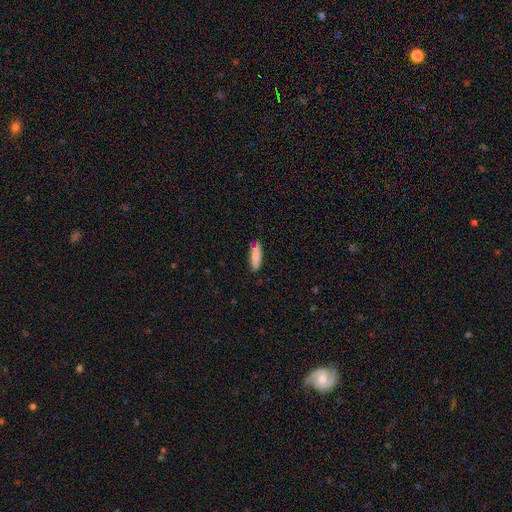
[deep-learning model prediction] Smooth or featured? smooth (86%)
How rounded? cigar-shaped (60%)
Merging? none (83%)